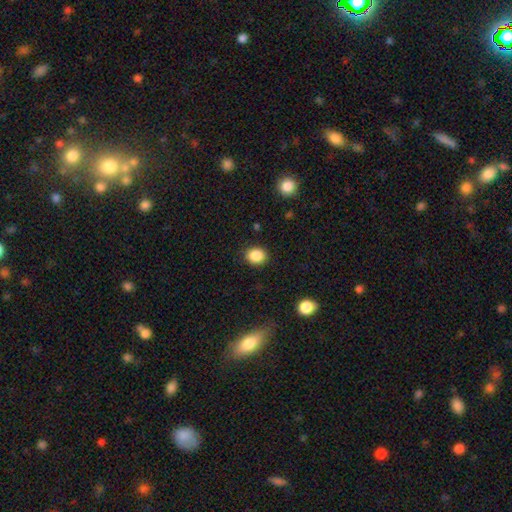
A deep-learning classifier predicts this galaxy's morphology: This appears to be a smooth galaxy with no disk features (87%) that is round (66%). Merging: none (89%).